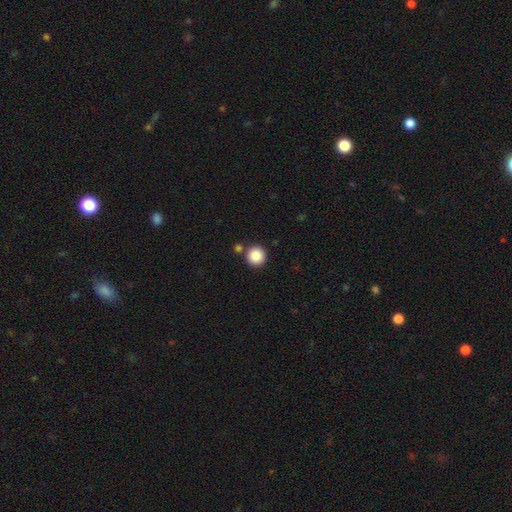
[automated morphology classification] smooth_or_featured: smooth (p=0.88) [alt: star or artifact p=0.09]
how_rounded: round (p=0.95) [alt: in between p=0.04]
merging: none (p=0.82) [alt: merger p=0.09]